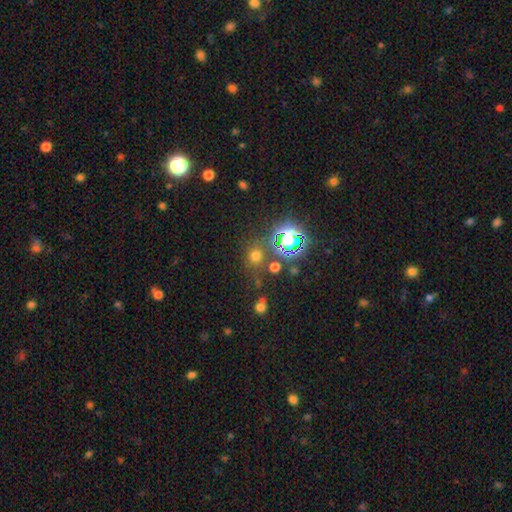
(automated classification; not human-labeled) smooth_or_featured: smooth (p=0.57) [alt: star or artifact p=0.35]
how_rounded: round (p=0.83) [alt: in between p=0.15]
merging: none (p=0.75) [alt: minor disturbance p=0.11]